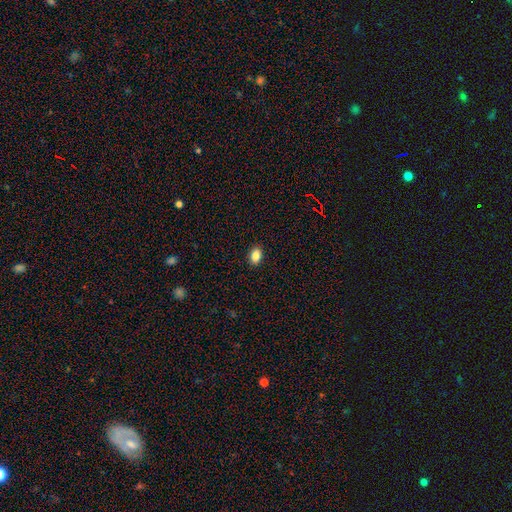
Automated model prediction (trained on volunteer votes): smooth 86%, star or artifact 9%, featured or disk 5%. Down the decision tree: how rounded — in between (81%); merging — none (91%).